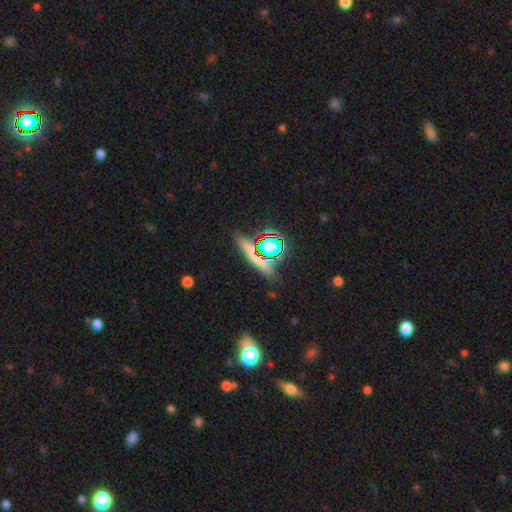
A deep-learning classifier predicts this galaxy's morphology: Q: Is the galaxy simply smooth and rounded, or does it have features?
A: smooth — 46%.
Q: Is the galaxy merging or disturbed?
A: none — 79%.